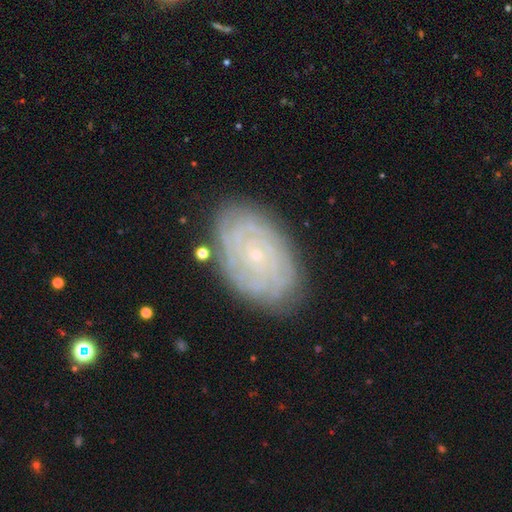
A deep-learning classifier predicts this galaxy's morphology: This appears to be a featured or disk galaxy (78%) with no bar (78%), tight (81%) spiral arms (93%) and a small central bulge (86%). Merging: none (82%).